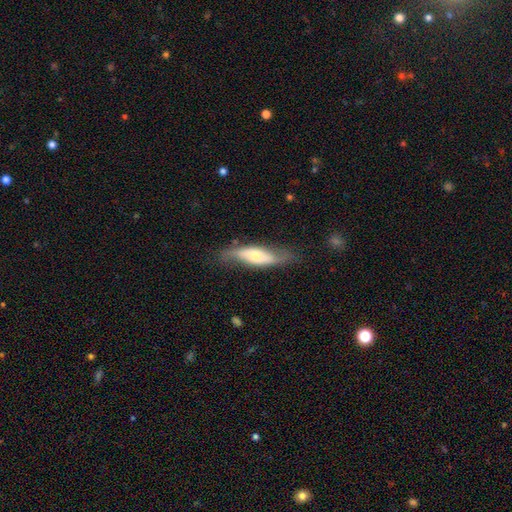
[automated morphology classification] featured or disk 55%, smooth 40%, star or artifact 6%. Down the decision tree: edge-on disk — no (59%); merging — none (68%).